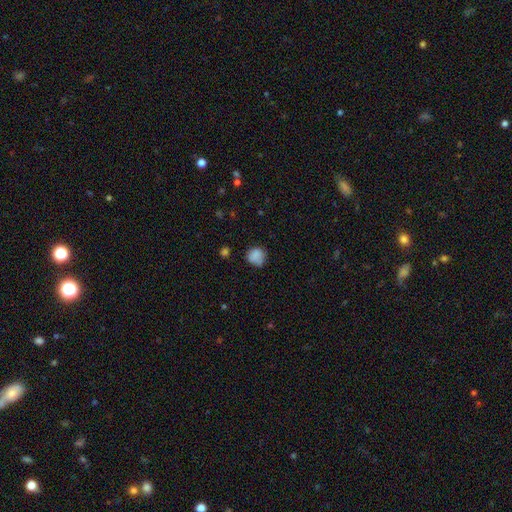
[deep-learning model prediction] The model was most divided on "merging": none: 64%, minor disturbance: 26%, major disturbance: 7%, merger: 3%. More confident: smooth or featured — smooth (82%); how rounded — round (78%).